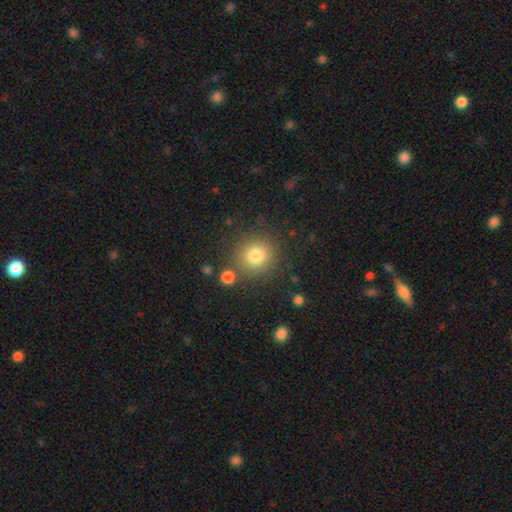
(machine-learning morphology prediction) This is likely a smooth galaxy (79%). How rounded: clearly round (89%). Merging: clearly none (81%).